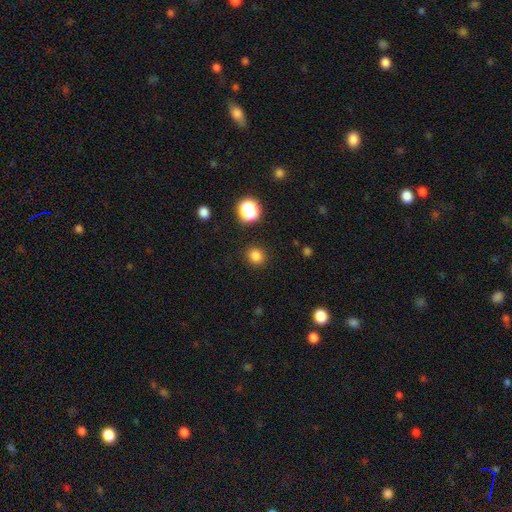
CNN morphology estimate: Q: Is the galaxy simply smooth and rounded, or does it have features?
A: smooth — 81%.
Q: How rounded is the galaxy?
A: round — 85%.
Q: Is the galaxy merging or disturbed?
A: none — 89%.